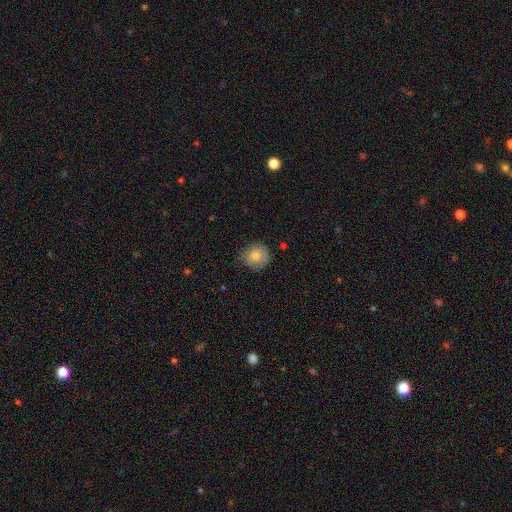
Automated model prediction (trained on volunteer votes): Smooth or featured: smooth — 80% (featured or disk — 12%)
How rounded: round — 87% (in between — 12%)
Merging: none — 71% (minor disturbance — 23%)